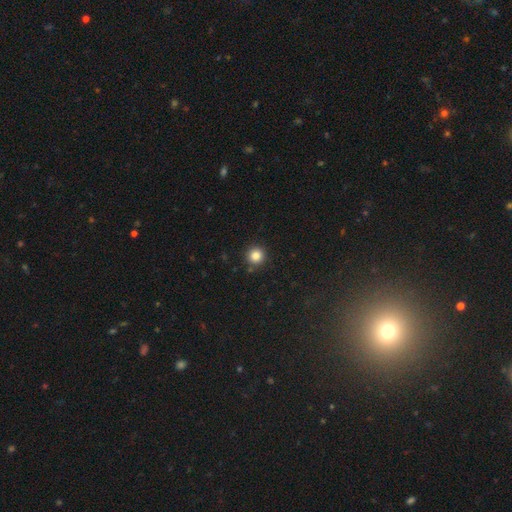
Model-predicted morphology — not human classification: A smooth galaxy with no disk features (84%) that is round (95%).

Vote fractions:
- Smooth or featured? smooth: 84% / star or artifact: 11% / featured or disk: 4%
- How rounded? round: 95% / in between: 4% / cigar-shaped: 1%
- Merging? none: 89% / minor disturbance: 6% / merger: 3% / major disturbance: 2%